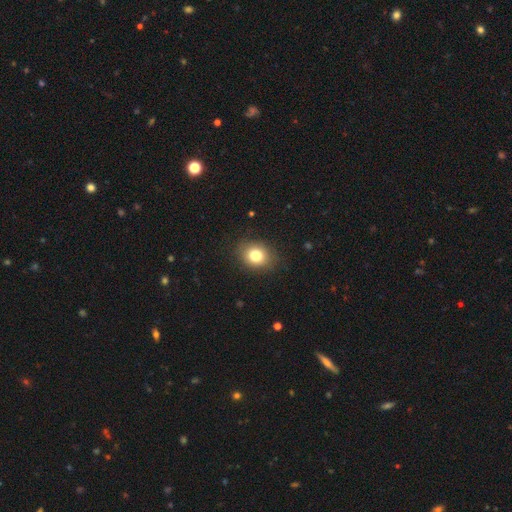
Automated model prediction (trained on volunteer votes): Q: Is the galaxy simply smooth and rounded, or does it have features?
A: smooth — 79%.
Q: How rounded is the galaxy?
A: round — 55%.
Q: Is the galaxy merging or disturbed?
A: none — 86%.